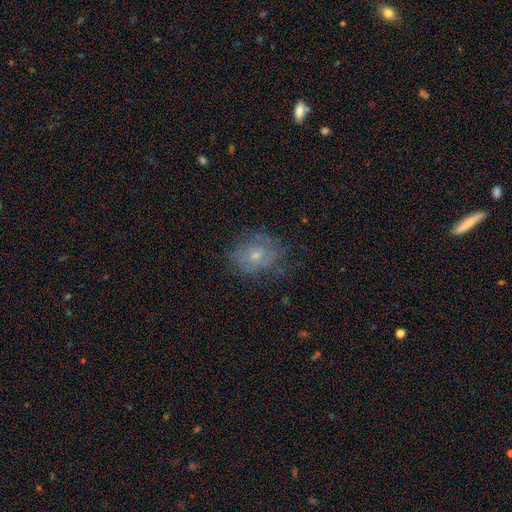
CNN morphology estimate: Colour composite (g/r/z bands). It shows a featured or disk galaxy (50%). Merging: none (63%).